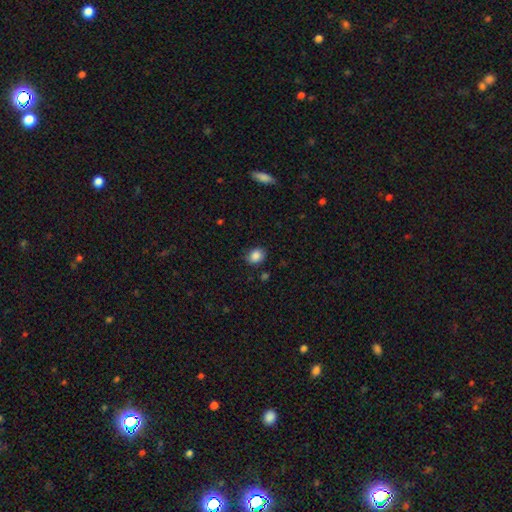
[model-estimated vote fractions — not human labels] The model was most divided on "how rounded": round: 58%, in between: 41%, cigar-shaped: 1%. More confident: smooth or featured — smooth (86%); merging — none (82%).